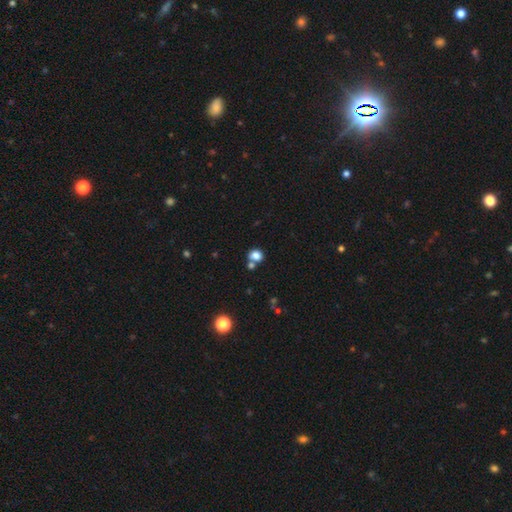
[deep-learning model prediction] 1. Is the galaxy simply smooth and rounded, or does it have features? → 81% smooth, 13% star or artifact, 7% featured or disk.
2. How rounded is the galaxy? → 68% round, 31% in between, 1% cigar-shaped.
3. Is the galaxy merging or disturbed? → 57% none, 29% merger, 10% minor disturbance, 4% major disturbance.